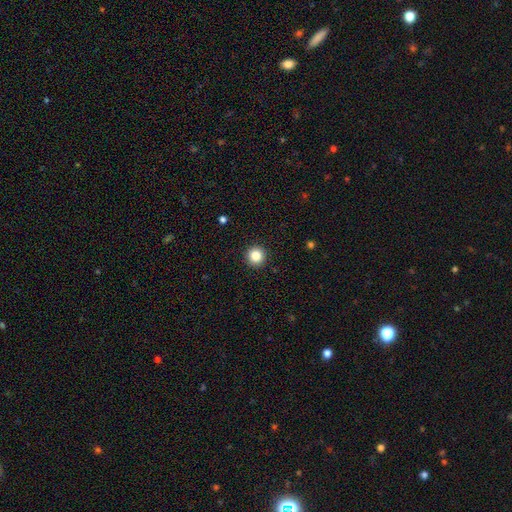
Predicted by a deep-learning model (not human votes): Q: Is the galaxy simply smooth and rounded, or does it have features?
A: smooth — 84%.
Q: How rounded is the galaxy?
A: round — 95%.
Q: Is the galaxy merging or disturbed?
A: none — 93%.